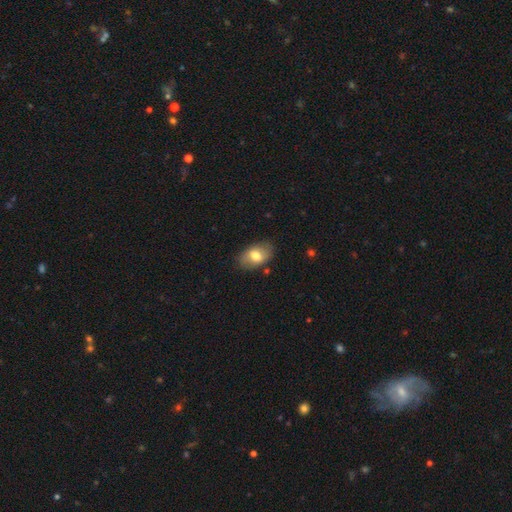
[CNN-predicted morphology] Overall: smooth (69%). How rounded: in between (88%). Merging: none (81%).